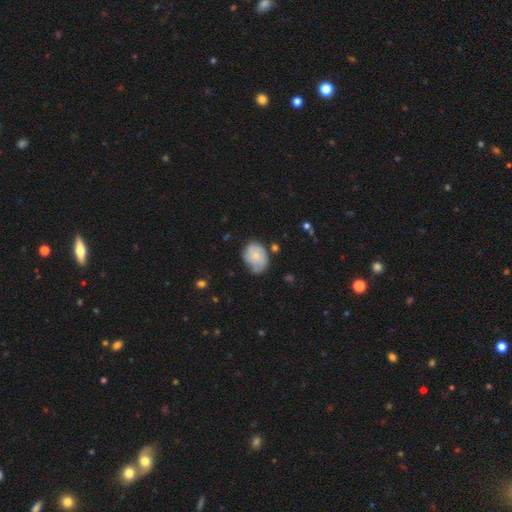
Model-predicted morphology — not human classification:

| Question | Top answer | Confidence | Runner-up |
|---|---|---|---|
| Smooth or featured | smooth | 59% | featured or disk (34%) |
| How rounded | in between | 57% | round (42%) |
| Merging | none | 50% | minor disturbance (34%) |